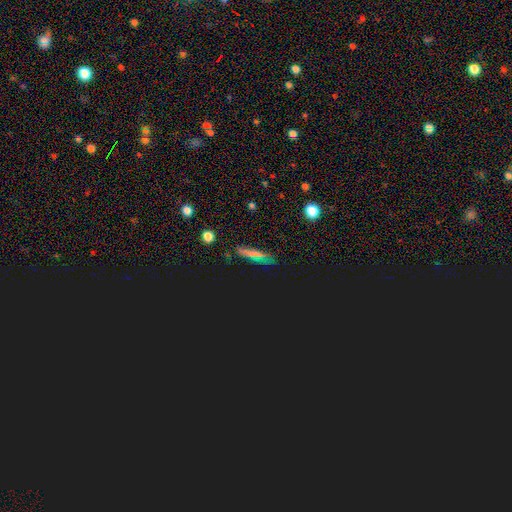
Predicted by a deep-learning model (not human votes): star or artifact 37%, smooth 35%, featured or disk 28%.